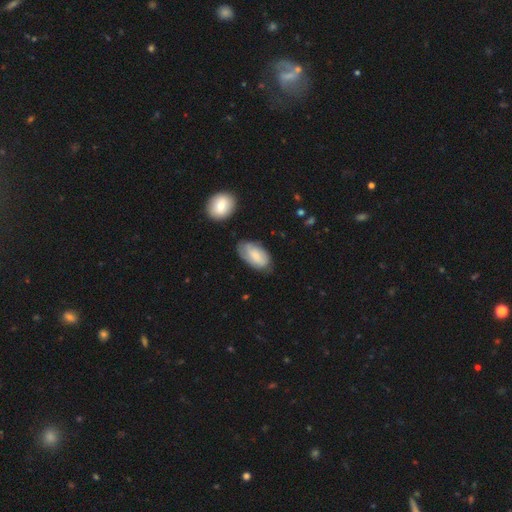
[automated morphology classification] Smooth or featured?
  - smooth: 59% *
  - featured or disk: 34%
  - star or artifact: 6%
How rounded?
  - in between: 93% *
  - round: 3%
  - cigar-shaped: 3%
Merging?
  - none: 65% *
  - minor disturbance: 25%
  - major disturbance: 7%
  - merger: 4%